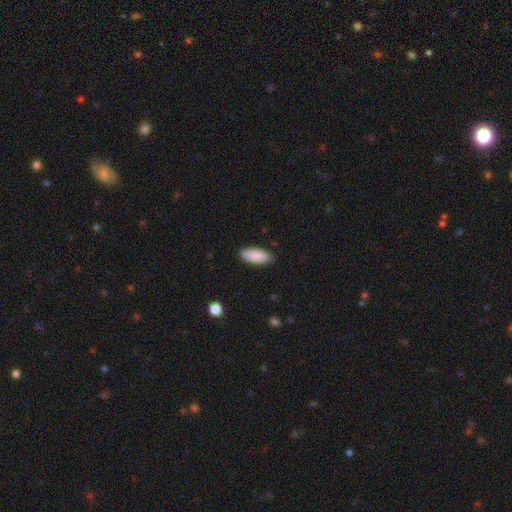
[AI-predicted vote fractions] Overall: smooth (89%). How rounded: in between (81%). Merging: none (86%).